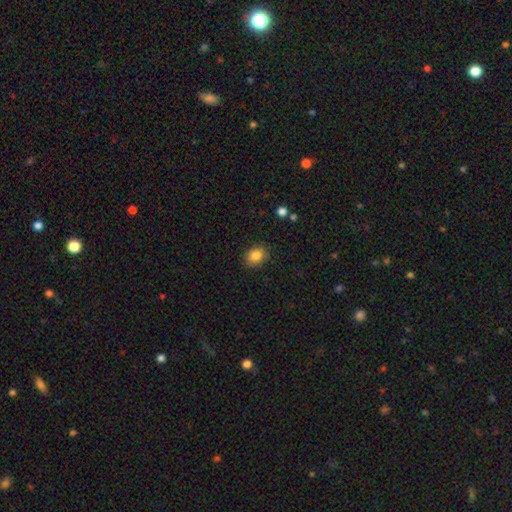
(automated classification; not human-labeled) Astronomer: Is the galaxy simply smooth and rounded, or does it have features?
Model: smooth — 85%.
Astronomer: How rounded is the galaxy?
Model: in between — 54% (runner-up: round, 46%).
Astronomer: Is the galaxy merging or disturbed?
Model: none — 87%.